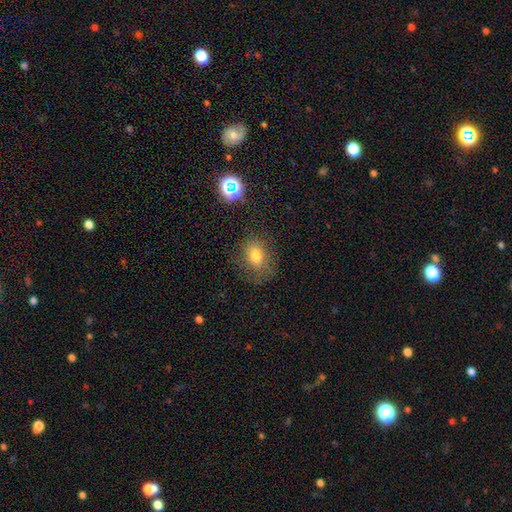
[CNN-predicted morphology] smooth-or-featured: smooth: 74% | star or artifact: 14% | featured or disk: 12%
  how-rounded: in between: 69% | round: 29% | cigar-shaped: 2%
  merging: none: 71% | minor disturbance: 19% | major disturbance: 9% | merger: 2%